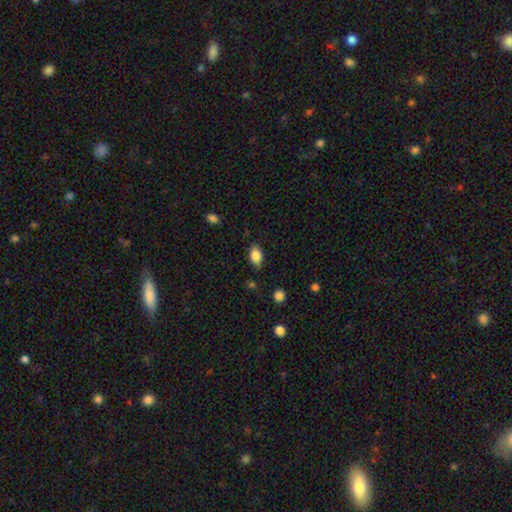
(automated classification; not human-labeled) Morphology: type=smooth (84%); roundness=in between (87%); merging=none (80%).